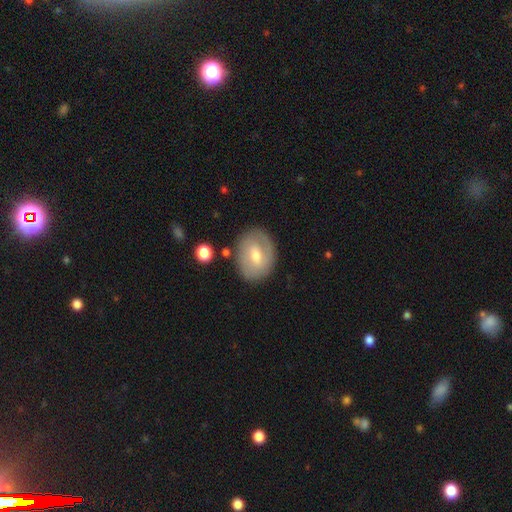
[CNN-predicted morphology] This is possibly a featured or disk galaxy (55%). It is clearly not viewed edge-on (95%). Bar: possibly weak (52%). Spiral arm pattern: possibly yes (59%). Central bulge: likely moderate (61%). Merging: likely none (80%).